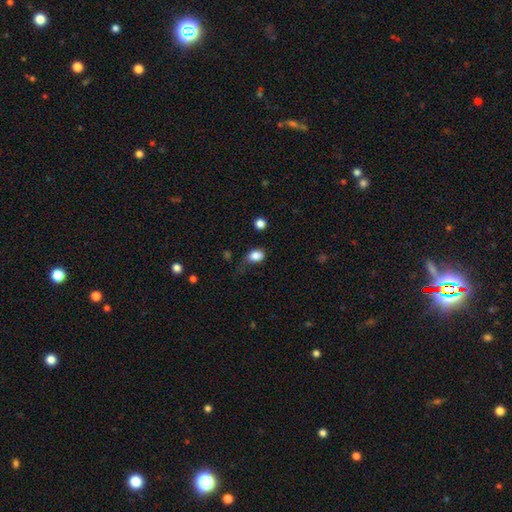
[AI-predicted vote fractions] Smooth or featured? smooth (85%)
How rounded? in between (67%)
Merging? none (50%)